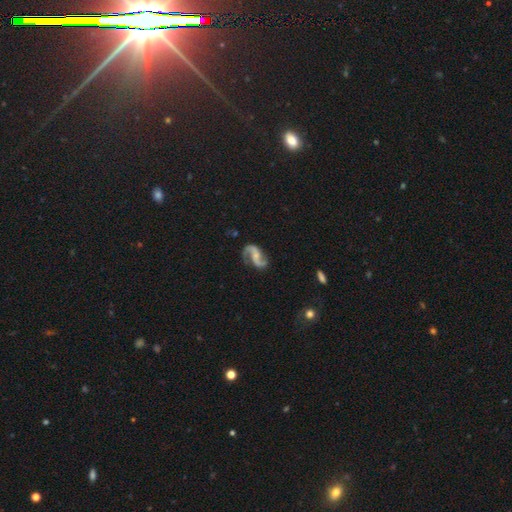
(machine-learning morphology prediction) Smooth or featured? featured or disk (90%)
Edge-on disk? no (98%)
Bar? no (47%)
Spiral arms? yes (97%)
Spiral winding? loose (56%)
Spiral arm count? 2 (93%)
Bulge size? small (50%)
Merging? none (73%)